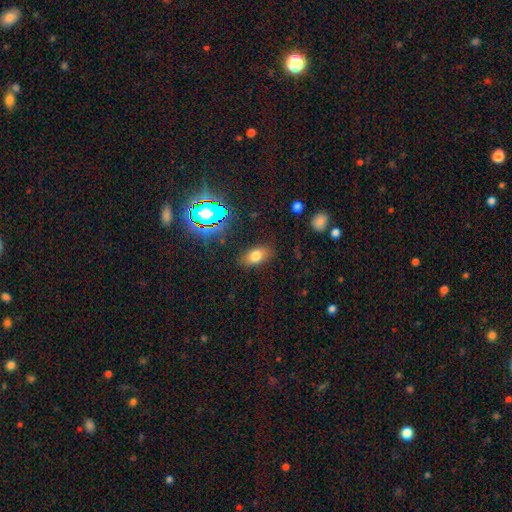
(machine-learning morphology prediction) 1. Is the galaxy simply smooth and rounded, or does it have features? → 72% smooth, 15% star or artifact, 13% featured or disk.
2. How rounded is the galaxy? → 87% in between, 8% round, 5% cigar-shaped.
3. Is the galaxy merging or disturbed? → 84% none, 11% minor disturbance, 3% major disturbance, 2% merger.